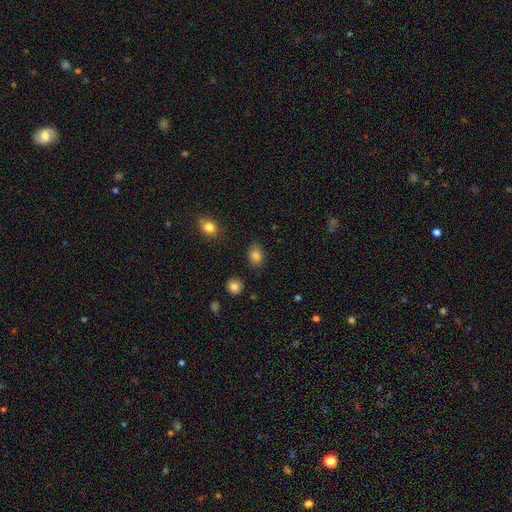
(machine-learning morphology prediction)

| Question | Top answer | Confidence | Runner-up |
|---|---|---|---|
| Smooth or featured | smooth | 85% | star or artifact (10%) |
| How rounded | in between | 65% | round (33%) |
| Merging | none | 81% | minor disturbance (14%) |